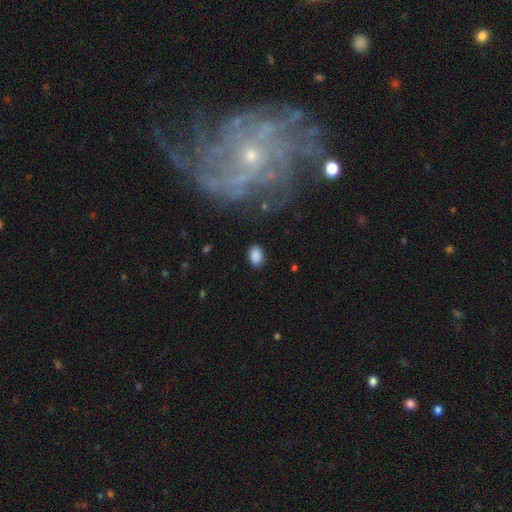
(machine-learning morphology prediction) Smooth or featured: smooth — 87% (star or artifact — 8%)
How rounded: in between — 85% (round — 14%)
Merging: none — 85% (minor disturbance — 11%)